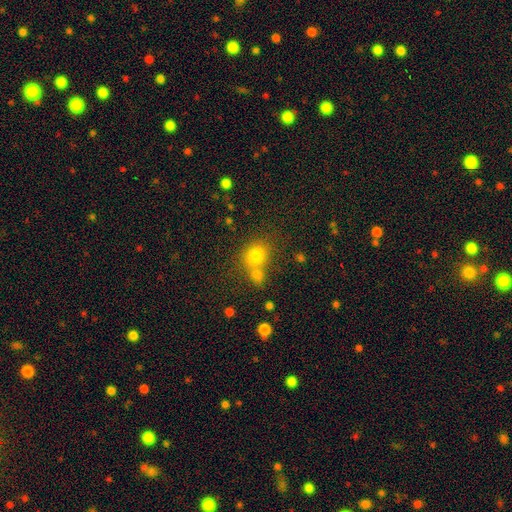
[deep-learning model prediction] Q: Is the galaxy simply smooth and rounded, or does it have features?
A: smooth — 76%.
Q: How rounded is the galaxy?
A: round — 73%.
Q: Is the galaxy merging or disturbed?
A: none — 50%.